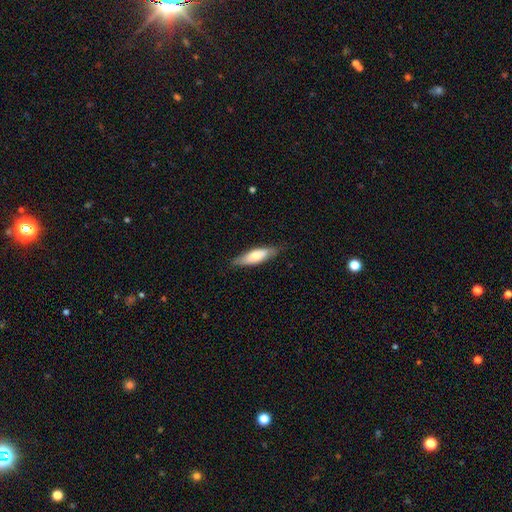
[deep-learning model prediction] The model was most divided on "how rounded": cigar-shaped: 51%, in between: 47%, round: 2%. More confident: merging — none (80%); smooth or featured — smooth (65%).